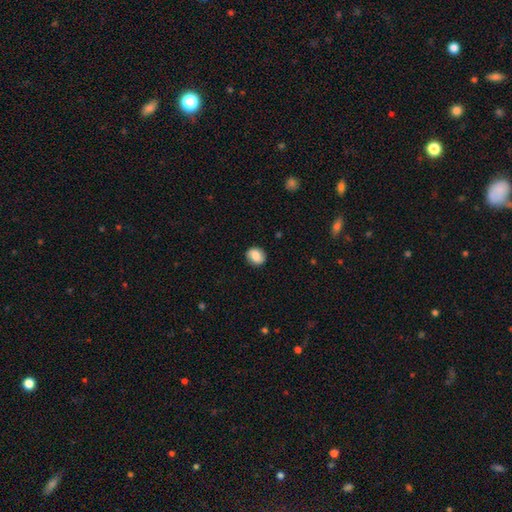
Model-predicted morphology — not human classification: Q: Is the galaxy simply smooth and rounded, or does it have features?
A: smooth — 75%.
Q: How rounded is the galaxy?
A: round — 66%.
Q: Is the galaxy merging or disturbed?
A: none — 86%.